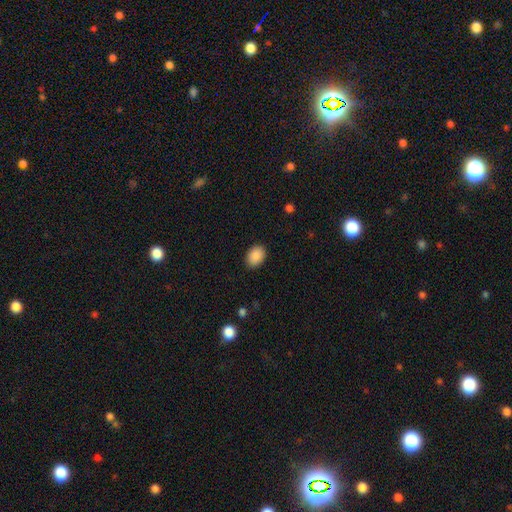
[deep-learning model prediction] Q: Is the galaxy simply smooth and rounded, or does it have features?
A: smooth — 89%.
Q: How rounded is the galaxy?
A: in between — 75%.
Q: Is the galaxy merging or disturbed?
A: none — 88%.